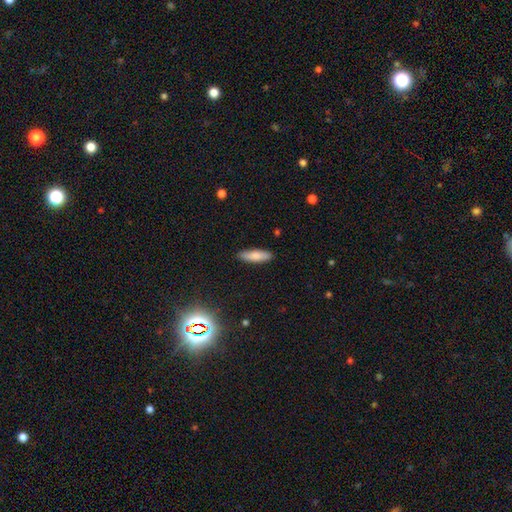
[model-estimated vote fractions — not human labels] Smooth or featured? smooth (81%)
How rounded? cigar-shaped (57%)
Merging? none (89%)